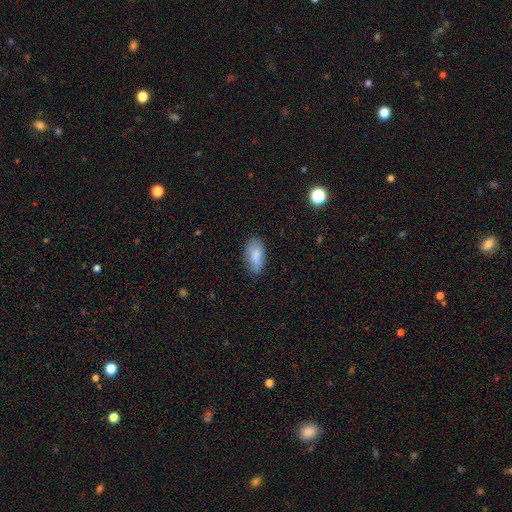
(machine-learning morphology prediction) smooth-or-featured: smooth: 82% | featured or disk: 11% | star or artifact: 7%
  how-rounded: in between: 93% | cigar-shaped: 4% | round: 3%
  merging: none: 71% | minor disturbance: 23% | major disturbance: 5% | merger: 2%